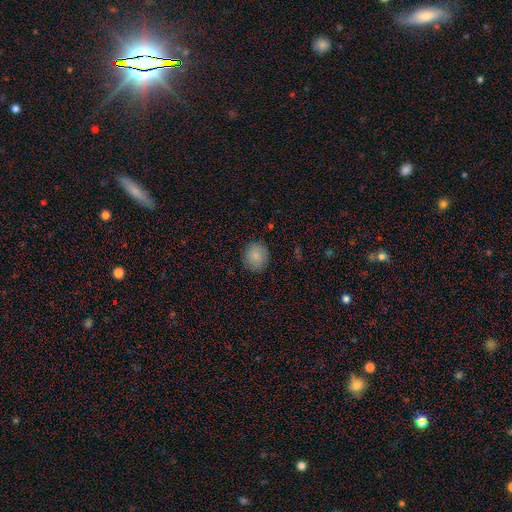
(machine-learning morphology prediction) smooth-or-featured: smooth: 87% | star or artifact: 8% | featured or disk: 5%
  how-rounded: round: 86% | in between: 13% | cigar-shaped: 1%
  merging: none: 88% | minor disturbance: 8% | major disturbance: 2% | merger: 1%